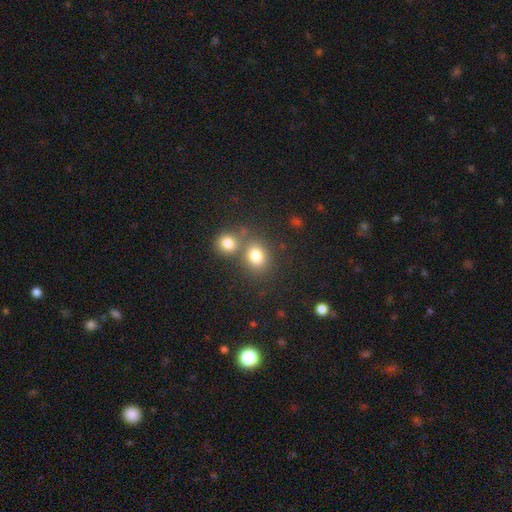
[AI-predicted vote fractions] Q: Smooth or featured?
A: smooth (80%); runner-up: star or artifact (12%)
Q: How rounded?
A: round (62%); runner-up: in between (37%)
Q: Merging?
A: none (51%); runner-up: merger (37%)